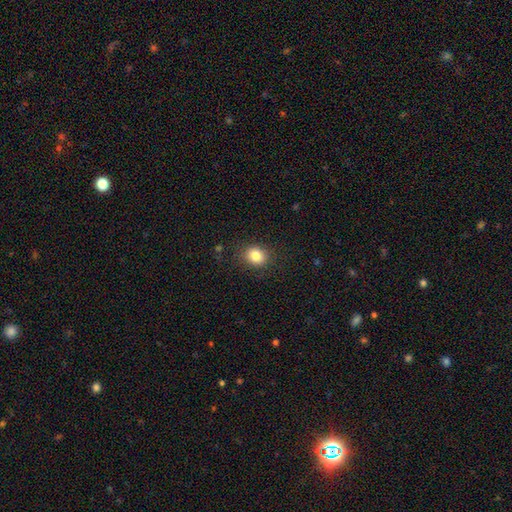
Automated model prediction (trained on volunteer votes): Smooth or featured? smooth (83%)
How rounded? round (65%)
Merging? none (86%)